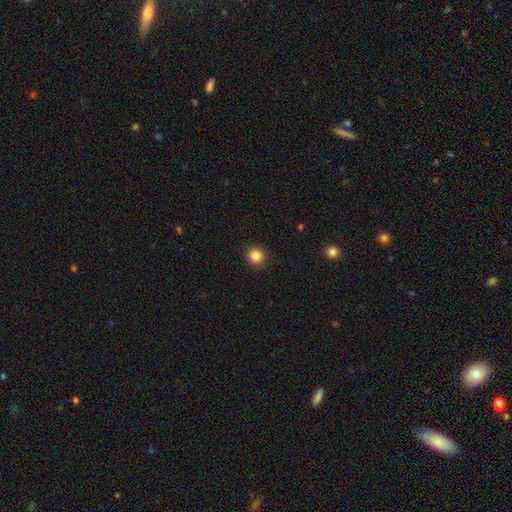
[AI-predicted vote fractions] smooth 85%, star or artifact 11%, featured or disk 4%. Down the decision tree: how rounded — round (93%); merging — none (91%).